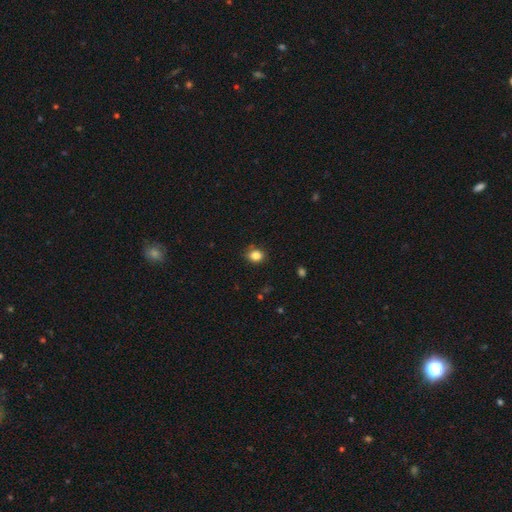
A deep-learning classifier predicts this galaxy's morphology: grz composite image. It shows a smooth galaxy with no disk features (84%) that is round (60%). Merging: none (84%).